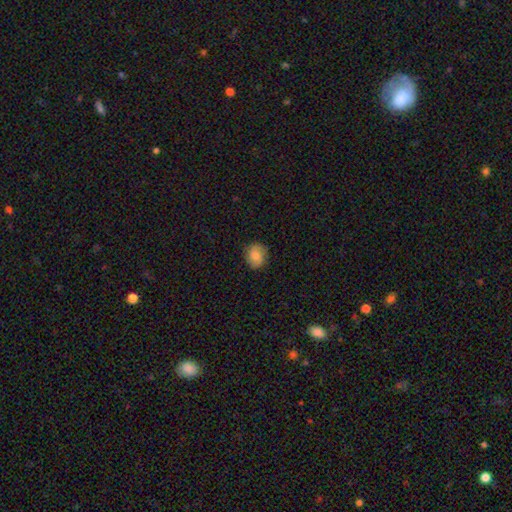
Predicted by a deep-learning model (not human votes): This is likely a smooth galaxy (67%). How rounded: possibly round (59%). Merging: clearly none (82%).